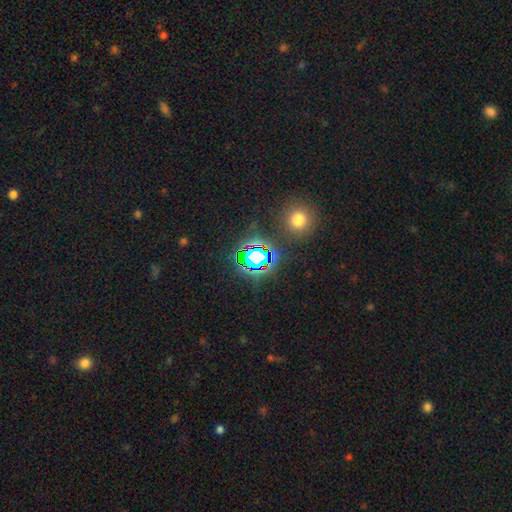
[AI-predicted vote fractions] smooth_or_featured: star or artifact (p=0.71) [alt: smooth p=0.18]